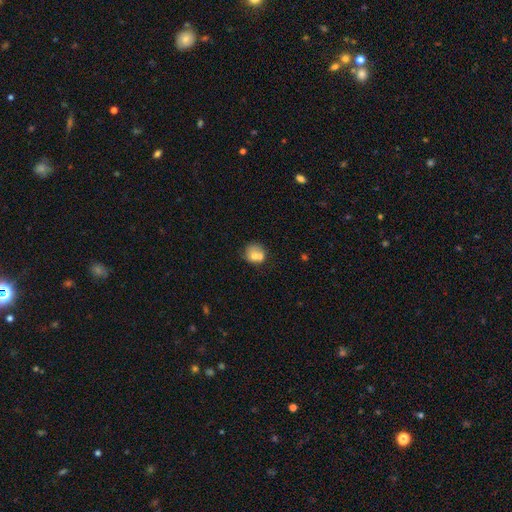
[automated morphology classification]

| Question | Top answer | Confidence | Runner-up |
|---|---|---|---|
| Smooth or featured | smooth | 66% | featured or disk (25%) |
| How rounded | round | 76% | in between (23%) |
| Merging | merger | 40% | tied: none (40%) |